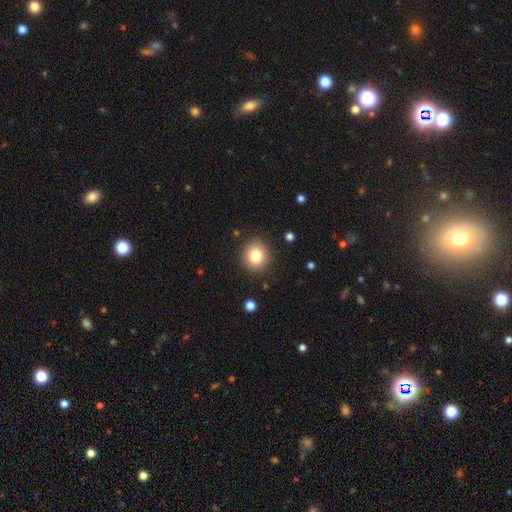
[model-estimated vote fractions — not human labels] The model was most divided on "how rounded": round: 84%, in between: 15%, cigar-shaped: 1%. More confident: merging — none (89%); smooth or featured — smooth (82%).